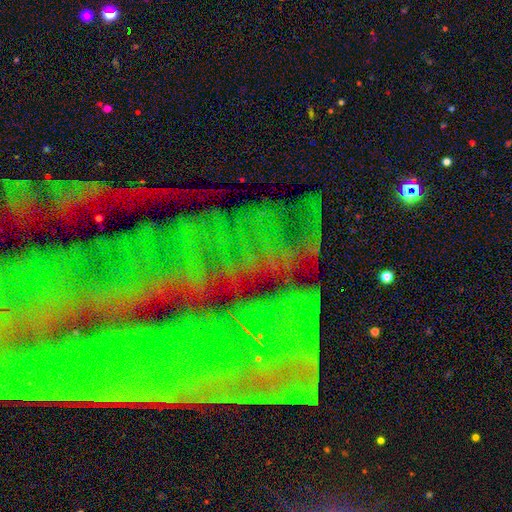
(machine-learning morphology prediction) This is likely a star or artifact rather than a galaxy (76%).